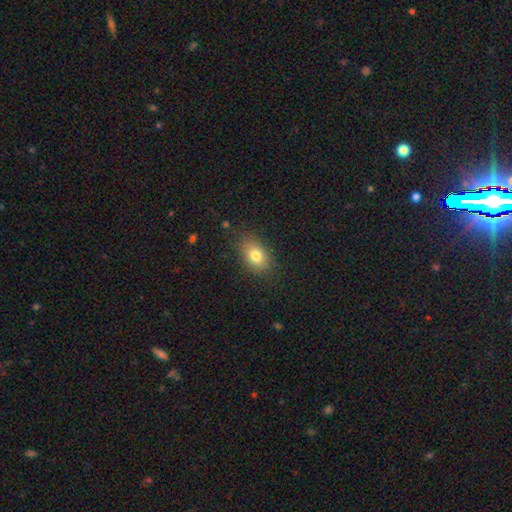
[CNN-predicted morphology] smooth-or-featured: smooth: 79% | featured or disk: 11% | star or artifact: 10%
  how-rounded: in between: 82% | round: 16% | cigar-shaped: 2%
  merging: none: 83% | minor disturbance: 12% | major disturbance: 3% | merger: 1%